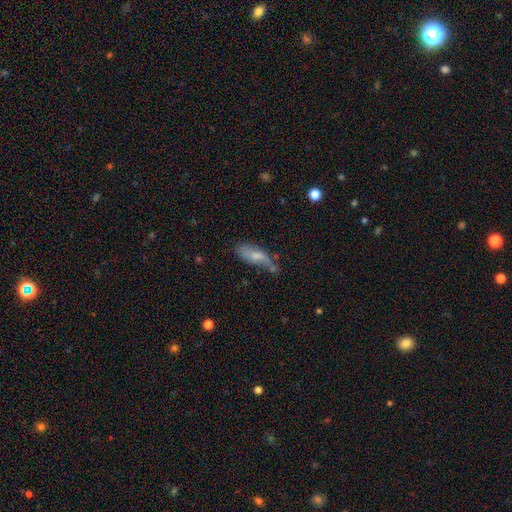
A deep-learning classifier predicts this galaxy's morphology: Smooth or featured: smooth — 61% (featured or disk — 31%)
How rounded: in between — 71% (cigar-shaped — 26%)
Merging: none — 38% (minor disturbance — 34%)